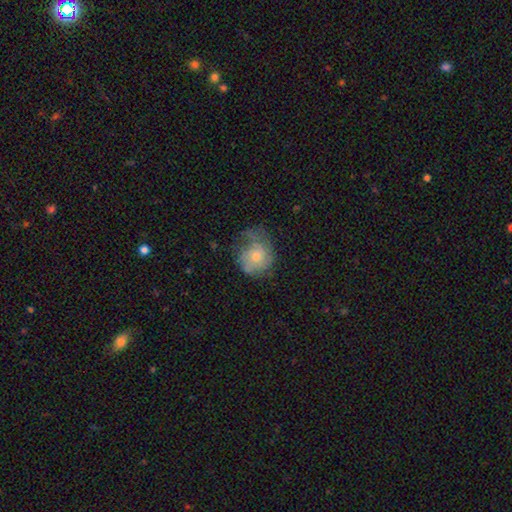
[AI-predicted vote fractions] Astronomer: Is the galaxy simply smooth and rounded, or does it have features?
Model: featured or disk — 56% (runner-up: smooth, 36%).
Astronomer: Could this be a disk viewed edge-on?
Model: no — 97%.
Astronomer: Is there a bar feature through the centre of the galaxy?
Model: no — 81%.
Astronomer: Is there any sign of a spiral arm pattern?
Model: yes — 79%.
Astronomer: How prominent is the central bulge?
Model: small — 53% (runner-up: moderate, 41%).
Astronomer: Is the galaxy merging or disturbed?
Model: none — 44% (runner-up: minor disturbance, 29%).